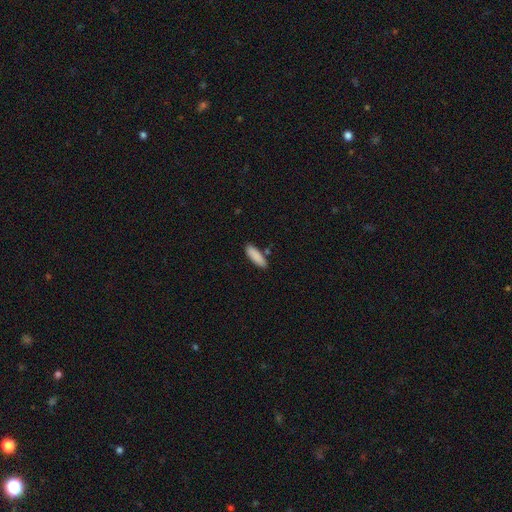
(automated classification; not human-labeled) smooth-or-featured: smooth: 88% | star or artifact: 6% | featured or disk: 5%
  how-rounded: cigar-shaped: 51% | in between: 47% | round: 2%
  merging: none: 83% | minor disturbance: 11% | merger: 4% | major disturbance: 2%